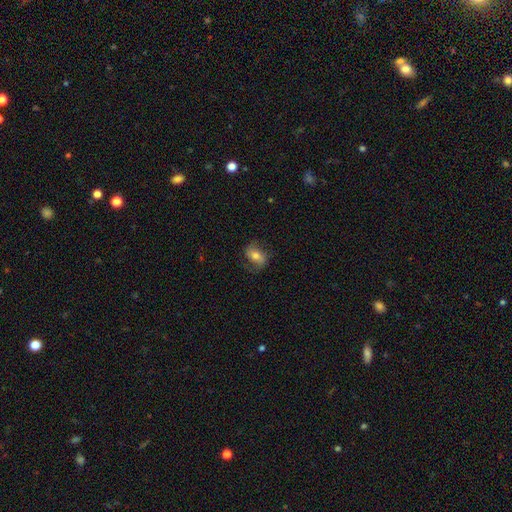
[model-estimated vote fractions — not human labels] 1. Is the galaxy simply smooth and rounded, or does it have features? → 50% smooth, 42% featured or disk, 9% star or artifact.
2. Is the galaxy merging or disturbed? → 69% none, 20% minor disturbance, 10% major disturbance, 1% merger.